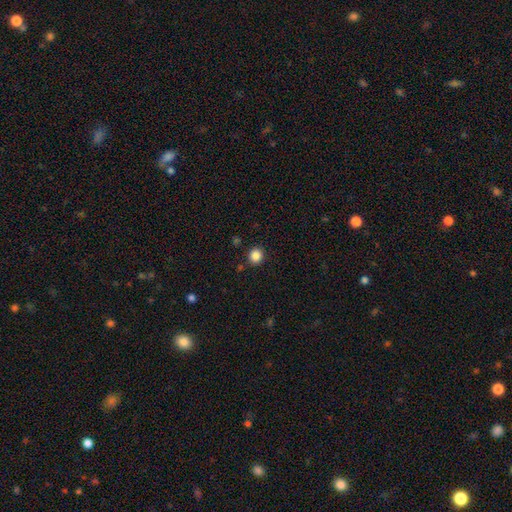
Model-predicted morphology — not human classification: type=smooth (86%); roundness=round (88%); merging=none (89%).